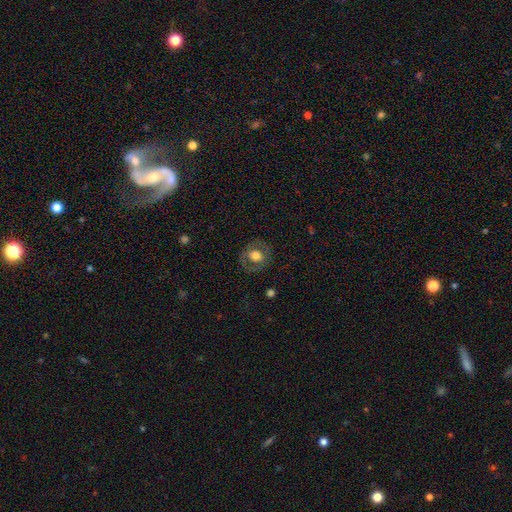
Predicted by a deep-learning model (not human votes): Smooth or featured?
  - smooth: 56% *
  - featured or disk: 36%
  - star or artifact: 8%
How rounded?
  - round: 73% *
  - in between: 26%
  - cigar-shaped: 1%
Merging?
  - none: 79% *
  - minor disturbance: 13%
  - major disturbance: 7%
  - merger: 1%